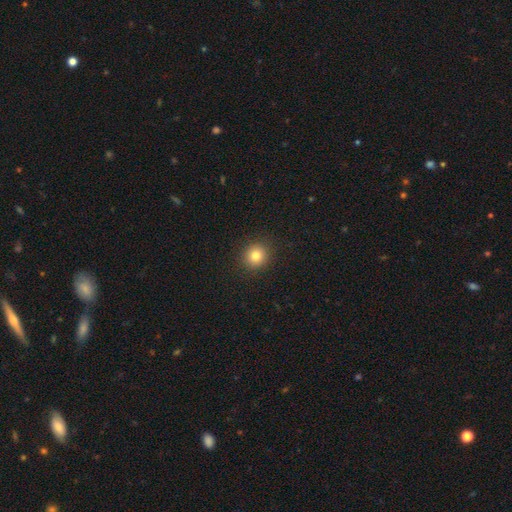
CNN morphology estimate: Smooth or featured: smooth — 81% (star or artifact — 12%)
How rounded: round — 90% (in between — 9%)
Merging: none — 92% (minor disturbance — 5%)